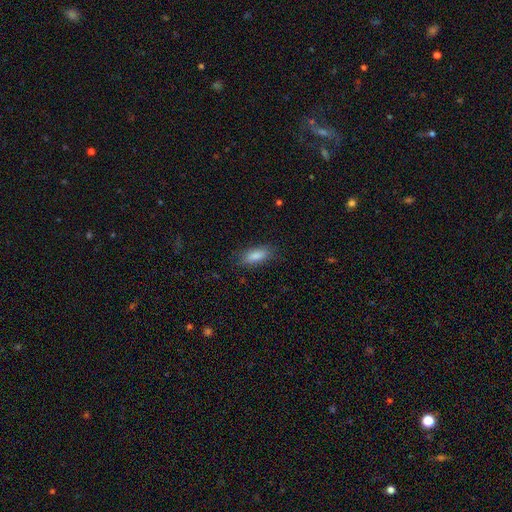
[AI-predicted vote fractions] Smooth or featured? Predicted: smooth (p=0.85). How rounded? Predicted: in between (p=0.76). Merging? Predicted: none (p=0.83).